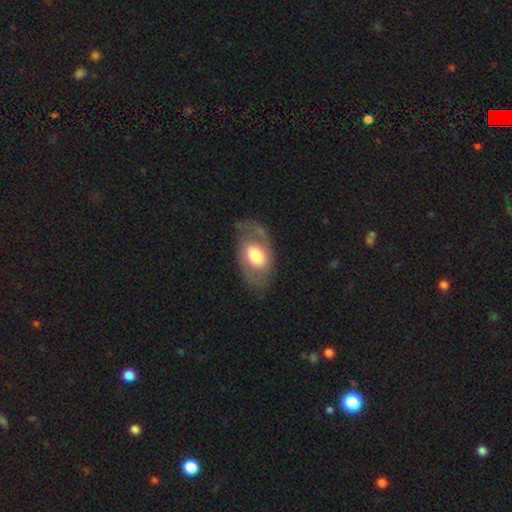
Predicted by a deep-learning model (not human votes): Smooth or featured: featured or disk — 52% (smooth — 42%)
Edge-on disk: no — 93% (yes — 7%)
Merging: none — 71% (minor disturbance — 17%)